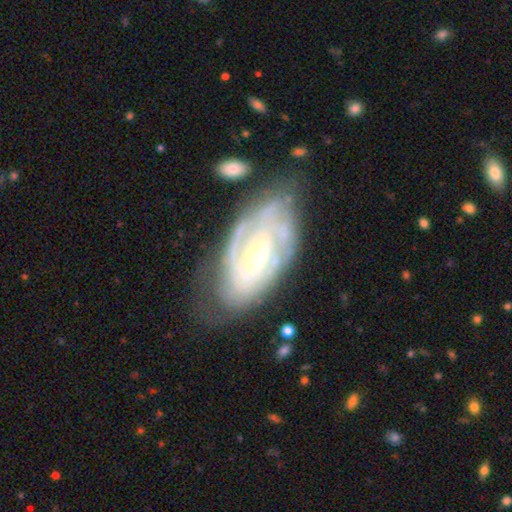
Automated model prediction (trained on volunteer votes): A featured or disk galaxy (85%) with no bar (64%), tight (68%) spiral arms (93%) and a small central bulge (62%).

Vote fractions:
- Smooth or featured? featured or disk: 85% / smooth: 10% / star or artifact: 5%
- Edge-on disk? no: 95% / yes: 5%
- Bar? no: 64% / weak: 27% / strong: 9%
- Spiral arms? yes: 93% / no: 7%
- Spiral winding? tight: 68% / medium: 26% / loose: 6%
- Spiral arm count? can't tell: 38% / 2: 28% / 3: 18% / 4: 7% / 1: 5% / more than 4: 4%
- Bulge size? small: 62% / moderate: 34% / large: 1% / none: 1% / dominant: 1%
- Merging? none: 62% / minor disturbance: 24% / major disturbance: 11% / merger: 3%